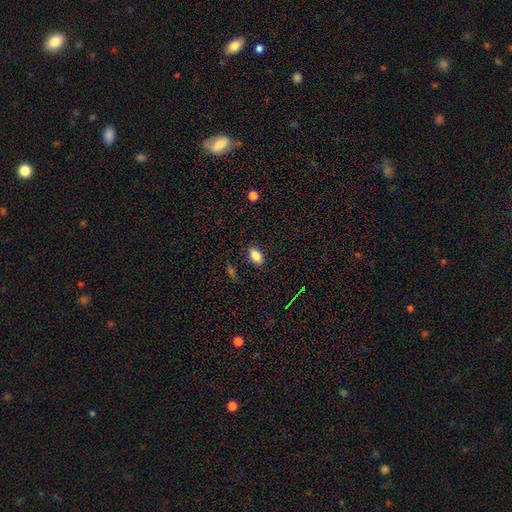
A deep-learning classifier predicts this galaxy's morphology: smooth-or-featured: smooth: 83% | star or artifact: 10% | featured or disk: 7%
  how-rounded: in between: 88% | round: 9% | cigar-shaped: 3%
  merging: none: 86% | minor disturbance: 10% | major disturbance: 3% | merger: 1%